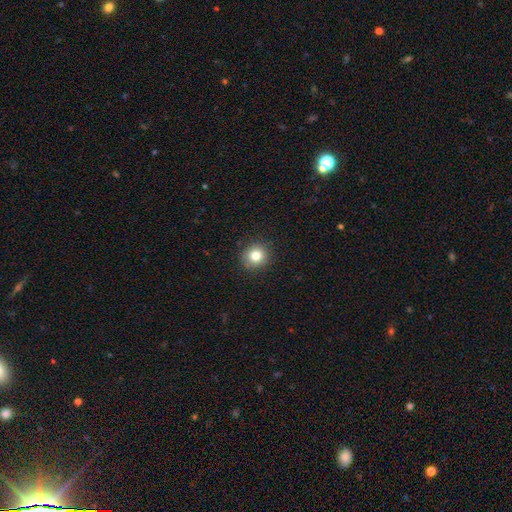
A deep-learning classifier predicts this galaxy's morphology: Overall: smooth (81%). How rounded: round (88%). Merging: none (89%).